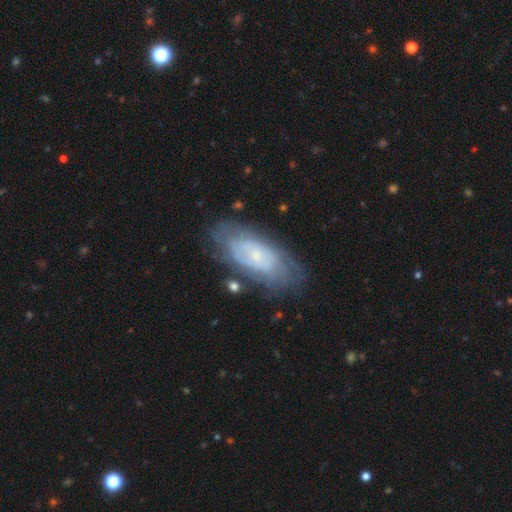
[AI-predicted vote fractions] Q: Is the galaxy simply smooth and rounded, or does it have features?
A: featured or disk — 65%.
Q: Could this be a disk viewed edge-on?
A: no — 90%.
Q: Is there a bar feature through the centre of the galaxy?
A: no — 74%.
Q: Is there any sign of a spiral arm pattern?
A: yes — 76%.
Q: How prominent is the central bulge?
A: small — 77%.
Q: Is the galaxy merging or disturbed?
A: none — 71%.